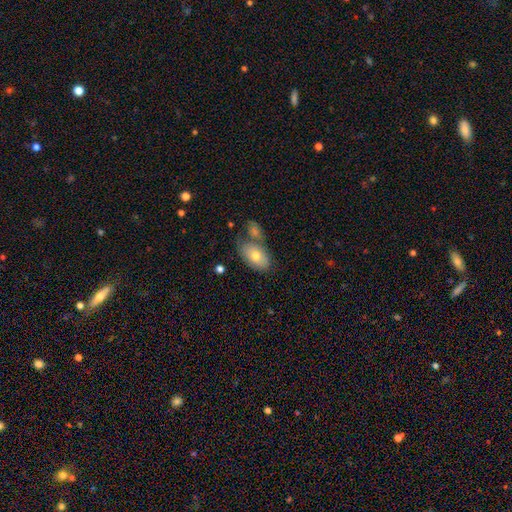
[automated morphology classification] smooth 72%, featured or disk 21%, star or artifact 7%. Down the decision tree: how rounded — in between (92%); merging — none (50%).